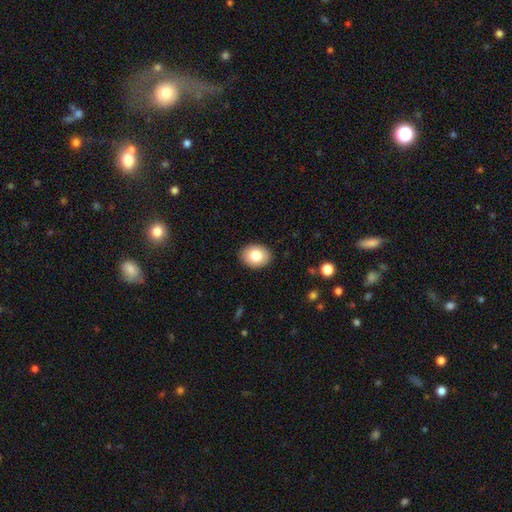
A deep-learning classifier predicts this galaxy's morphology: Smooth or featured?
  - smooth: 82% *
  - featured or disk: 10%
  - star or artifact: 8%
How rounded?
  - in between: 59% *
  - round: 40%
  - cigar-shaped: 1%
Merging?
  - none: 90% *
  - minor disturbance: 7%
  - major disturbance: 2%
  - merger: 1%